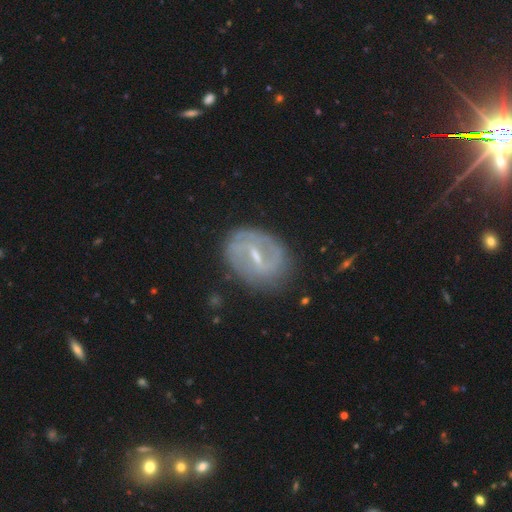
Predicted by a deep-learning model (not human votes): Overall: featured or disk (77%). Edge-on disk: no (96%). Bar: weak (51%; strong 38%). Spiral arms: yes (81%). Spiral arm count: 2 (66%). Spiral winding: tight (39%; medium 37%). Bulge size: small (59%; moderate 32%). Merging: none (75%).